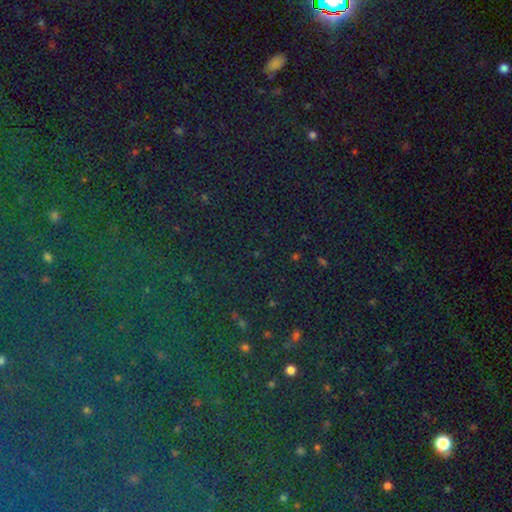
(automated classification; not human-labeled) Overall: star or artifact (80%).